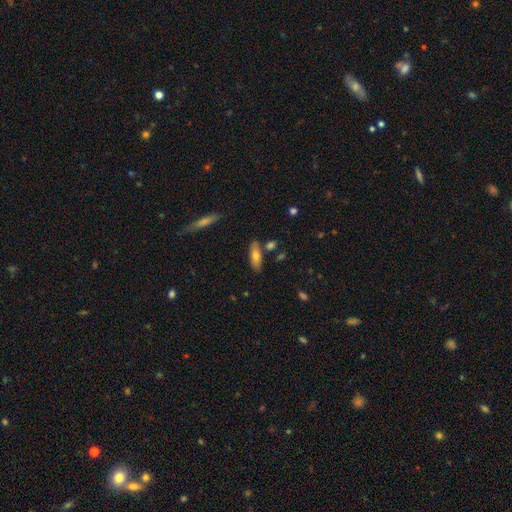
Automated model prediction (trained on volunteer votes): This is likely a smooth galaxy (68%). How rounded: likely in between (61%). Merging: likely none (75%).